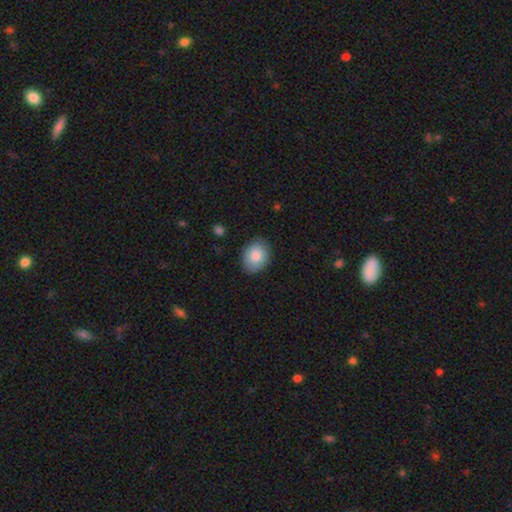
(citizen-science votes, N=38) A smooth galaxy with no disk features (92%) that is in between round and cigar-shaped (51%).

Vote fractions:
- Smooth or featured? smooth: 92% / featured or disk: 8% / star or artifact: 0%
- How rounded? in between: 51% / round: 49% / cigar-shaped: 0%
- Merging? none: 84% / minor disturbance: 11% / major disturbance: 3% / merger: 3%